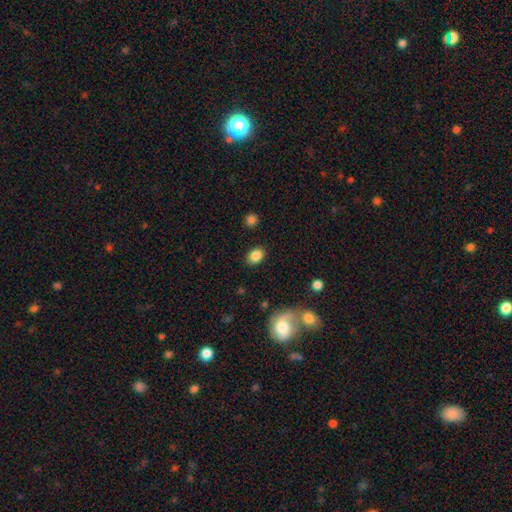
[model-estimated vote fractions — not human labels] Q: Smooth or featured?
A: smooth (85%); runner-up: star or artifact (9%)
Q: How rounded?
A: in between (72%); runner-up: round (27%)
Q: Merging?
A: none (86%); runner-up: minor disturbance (9%)